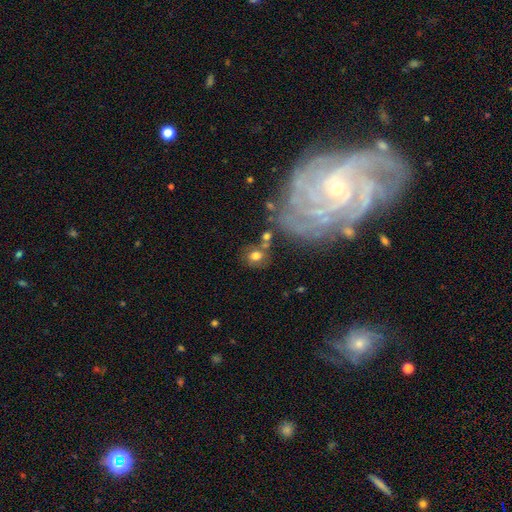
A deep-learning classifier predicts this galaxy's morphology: Smooth or featured? Predicted: smooth (p=0.69). How rounded? Predicted: round (p=0.70). Merging? Predicted: none (p=0.59).